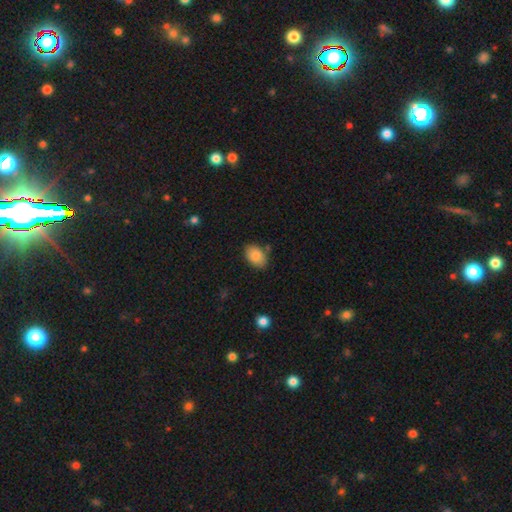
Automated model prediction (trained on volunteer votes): Smooth or featured? smooth (86%)
How rounded? in between (86%)
Merging? none (78%)